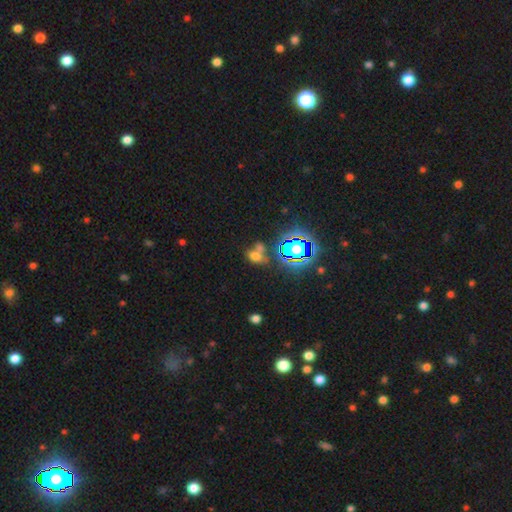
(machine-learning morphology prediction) Smooth or featured? Predicted: smooth (p=0.49). Merging? Predicted: merger (p=0.40).